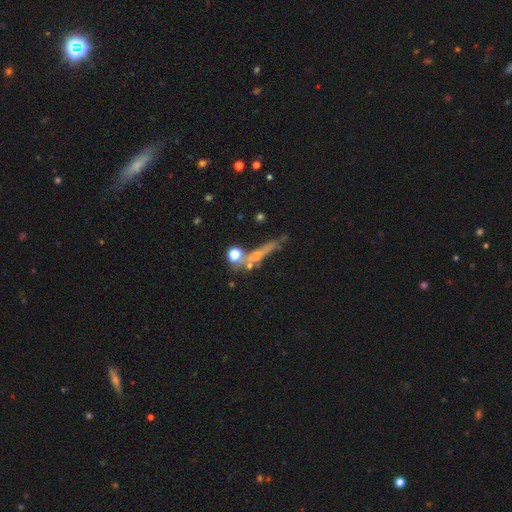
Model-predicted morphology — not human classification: smooth_or_featured: smooth (p=0.42) [alt: featured or disk p=0.37]
merging: none (p=0.55) [alt: minor disturbance p=0.17]